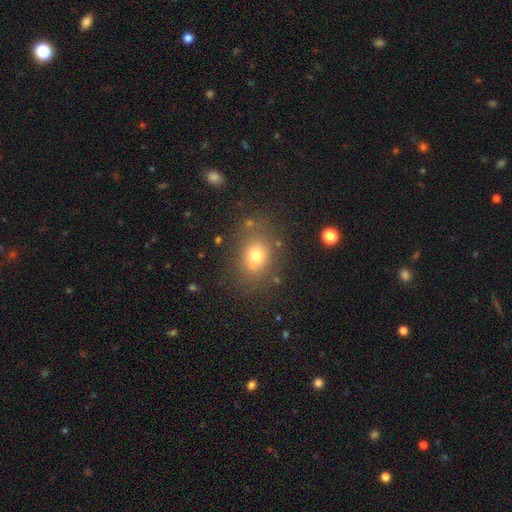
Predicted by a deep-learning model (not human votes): Q: Smooth or featured?
A: smooth (72%); runner-up: star or artifact (15%)
Q: How rounded?
A: in between (56%); runner-up: round (42%)
Q: Merging?
A: none (76%); runner-up: minor disturbance (13%)